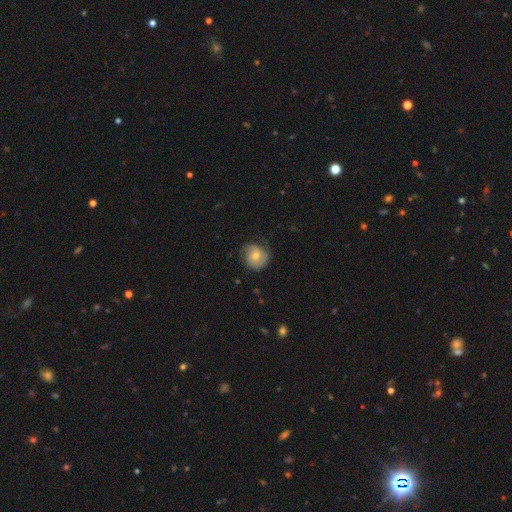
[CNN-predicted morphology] The model was most divided on "smooth or featured": smooth: 56%, featured or disk: 37%, star or artifact: 8%. More confident: how rounded — round (82%); merging — none (66%).